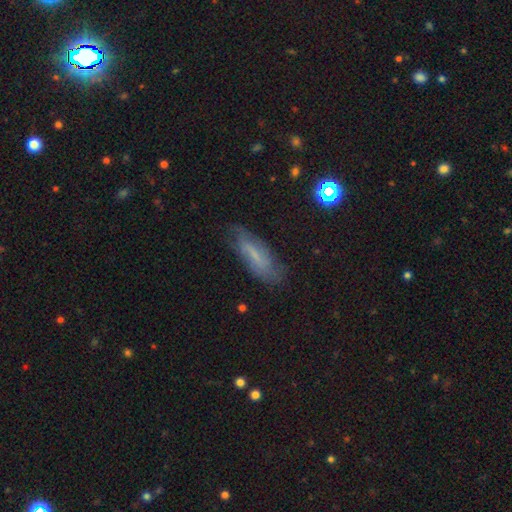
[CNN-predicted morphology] Overall: featured or disk (46%; smooth 45%). Merging: none (72%).